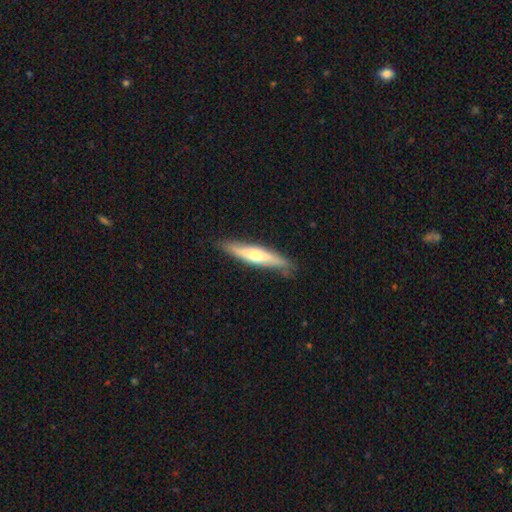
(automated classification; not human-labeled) Smooth or featured?
  - featured or disk: 49% *
  - smooth: 46%
  - star or artifact: 5%
Merging?
  - none: 82% *
  - minor disturbance: 14%
  - major disturbance: 2%
  - merger: 1%